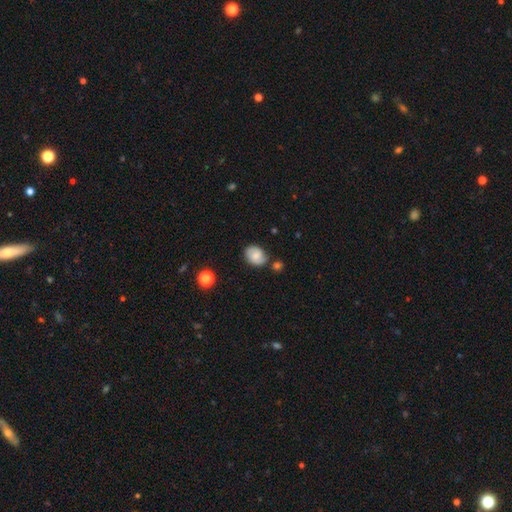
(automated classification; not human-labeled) Smooth or featured: smooth — 66% (featured or disk — 24%)
How rounded: in between — 62% (round — 37%)
Merging: none — 70% (minor disturbance — 19%)